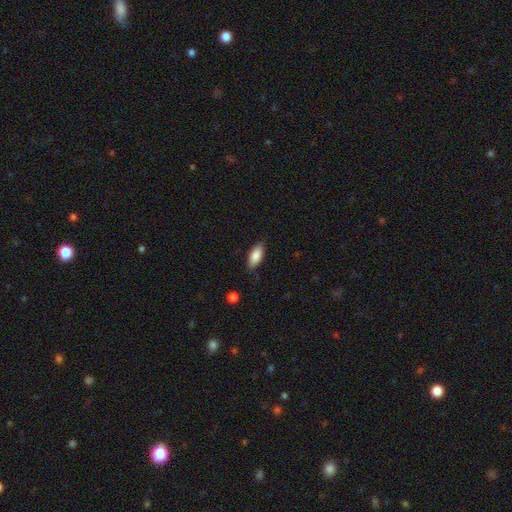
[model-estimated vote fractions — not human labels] Smooth or featured? Predicted: smooth (p=0.84). How rounded? Predicted: in between (p=0.84). Merging? Predicted: none (p=0.81).